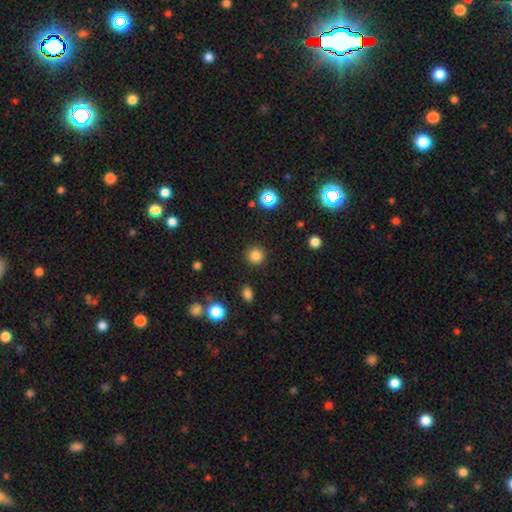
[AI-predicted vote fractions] The model was most divided on "smooth or featured": smooth: 82%, star or artifact: 14%, featured or disk: 4%. More confident: how rounded — round (94%); merging — none (91%).